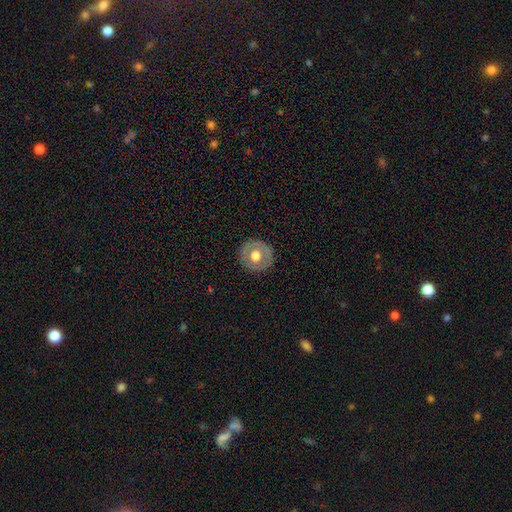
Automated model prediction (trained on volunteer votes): Smooth or featured? Predicted: smooth (p=0.55). How rounded? Predicted: round (p=0.91). Merging? Predicted: none (p=0.87).